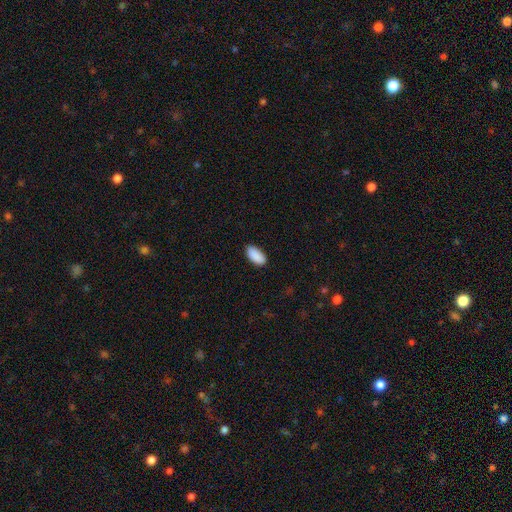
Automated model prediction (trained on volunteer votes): Smooth or featured? Predicted: smooth (p=0.91). How rounded? Predicted: in between (p=0.94). Merging? Predicted: none (p=0.88).